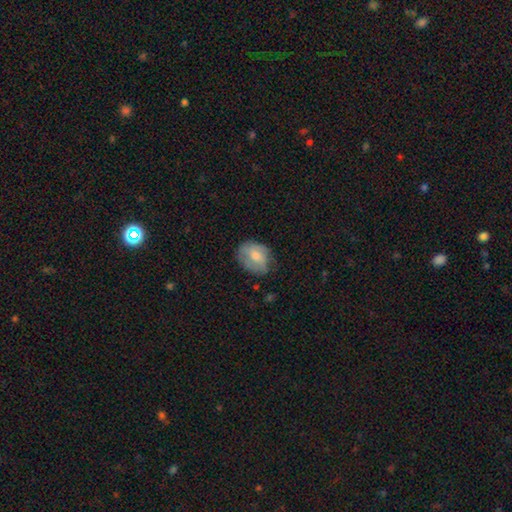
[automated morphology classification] Smooth or featured: smooth — 68% (featured or disk — 25%)
How rounded: in between — 62% (round — 37%)
Merging: none — 57% (minor disturbance — 30%)